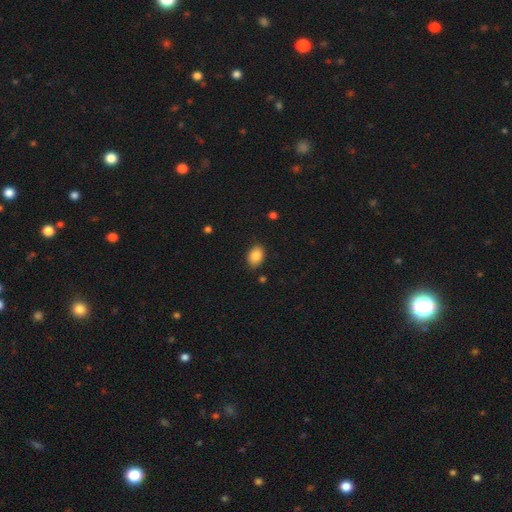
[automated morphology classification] Smooth or featured?
  - smooth: 86% *
  - star or artifact: 8%
  - featured or disk: 6%
How rounded?
  - in between: 80% *
  - round: 19%
  - cigar-shaped: 1%
Merging?
  - none: 85% *
  - minor disturbance: 11%
  - major disturbance: 2%
  - merger: 1%